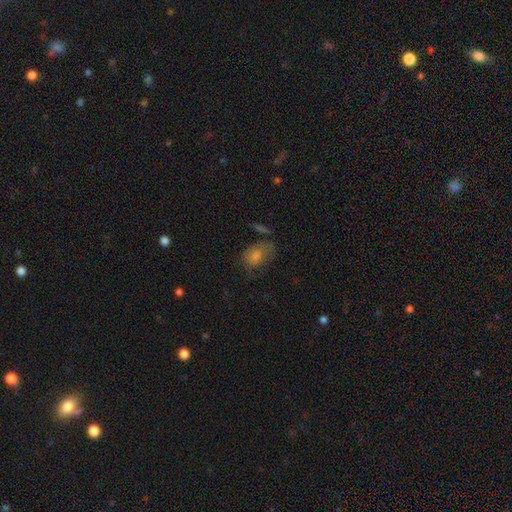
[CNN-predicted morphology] The model was most divided on "merging": none: 53%, minor disturbance: 25%, major disturbance: 16%, merger: 5%. More confident: how rounded — in between (78%); smooth or featured — smooth (62%).